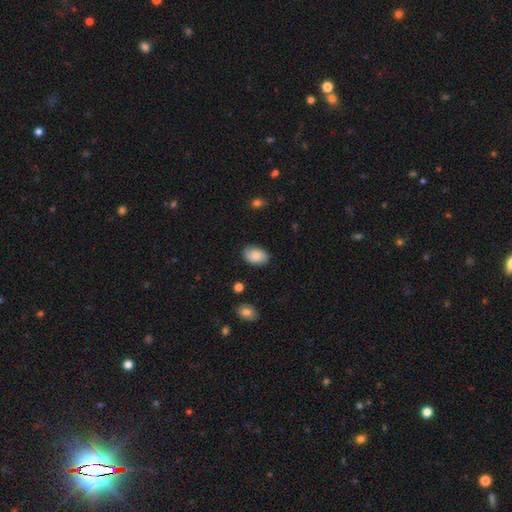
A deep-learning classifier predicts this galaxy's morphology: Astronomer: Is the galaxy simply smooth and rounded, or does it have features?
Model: smooth — 79%.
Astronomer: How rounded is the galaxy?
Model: in between — 88%.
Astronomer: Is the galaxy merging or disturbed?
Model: none — 81%.